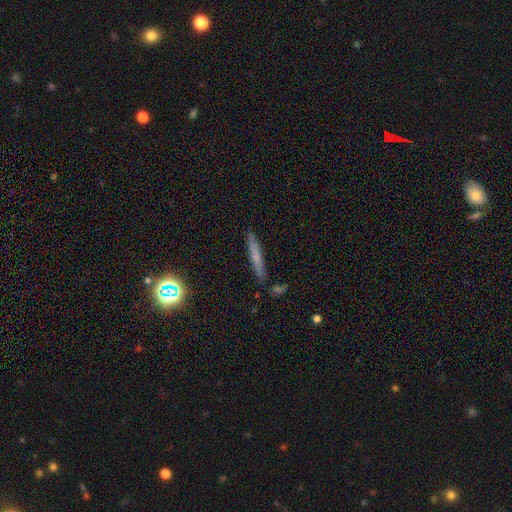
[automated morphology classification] A smooth galaxy with no disk features (56%) that is cigar-shaped (93%).

Vote fractions:
- Smooth or featured? smooth: 56% / featured or disk: 33% / star or artifact: 11%
- How rounded? cigar-shaped: 93% / in between: 4% / round: 2%
- Merging? none: 87% / minor disturbance: 9% / merger: 3% / major disturbance: 2%